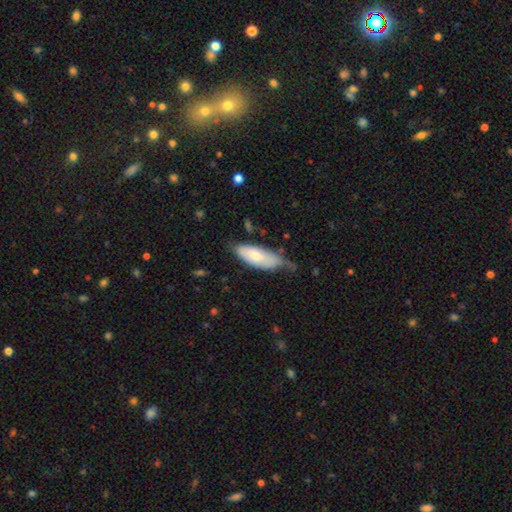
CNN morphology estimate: Overall: smooth (67%; featured or disk 28%). How rounded: in between (79%). Merging: minor disturbance (43%; none 36%).